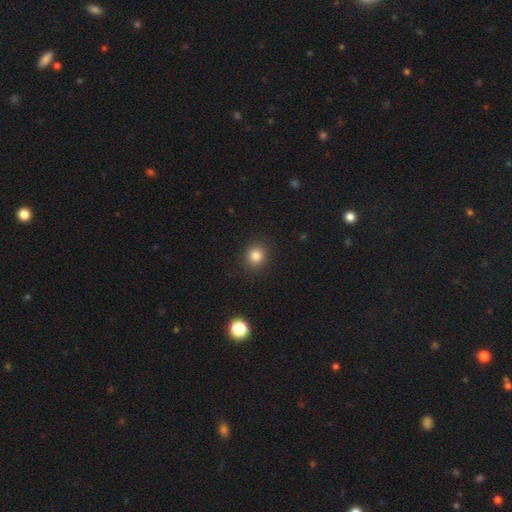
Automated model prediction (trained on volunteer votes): Smooth or featured: smooth — 83% (star or artifact — 12%)
How rounded: round — 88% (in between — 11%)
Merging: none — 90% (minor disturbance — 6%)